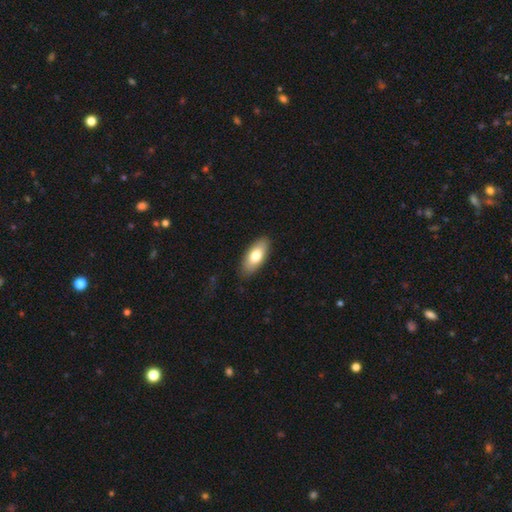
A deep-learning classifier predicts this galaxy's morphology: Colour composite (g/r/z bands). It shows a smooth galaxy with no disk features (74%) that is in between round and cigar-shaped (85%). Merging: none (87%).